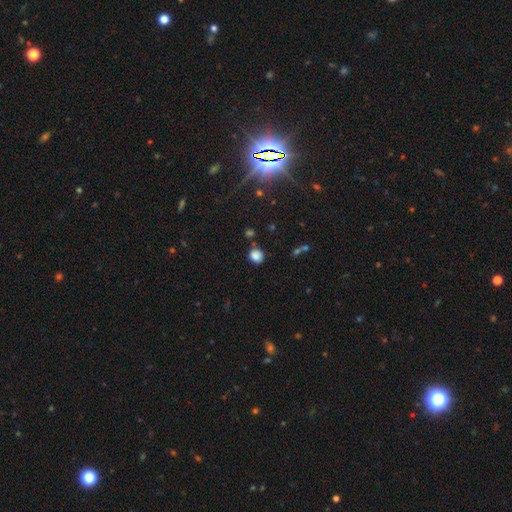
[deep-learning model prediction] Overall: smooth (84%). How rounded: round (80%). Merging: none (79%).